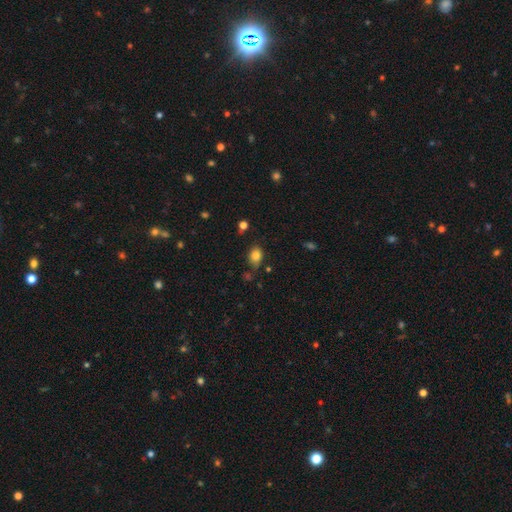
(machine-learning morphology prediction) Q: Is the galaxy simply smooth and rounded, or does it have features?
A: smooth — 82%.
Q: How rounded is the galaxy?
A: in between — 63%.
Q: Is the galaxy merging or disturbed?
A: none — 71%.